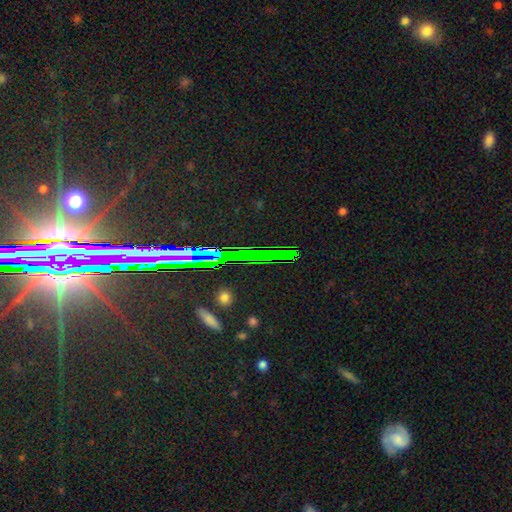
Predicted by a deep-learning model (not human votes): smooth_or_featured: star or artifact (p=0.73) [alt: featured or disk p=0.16]